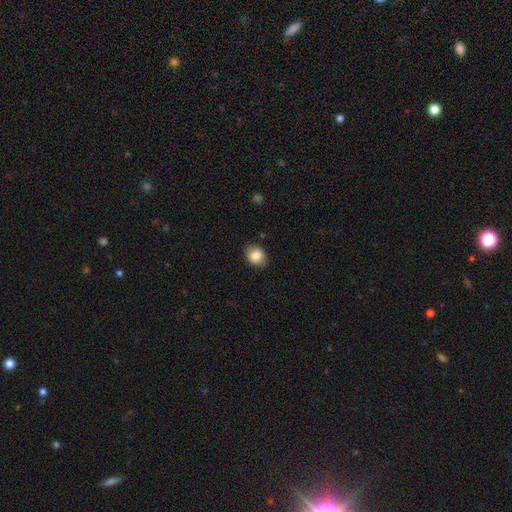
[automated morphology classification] Smooth or featured: smooth — 86% (star or artifact — 8%)
How rounded: in between — 56% (round — 43%)
Merging: none — 83% (minor disturbance — 13%)